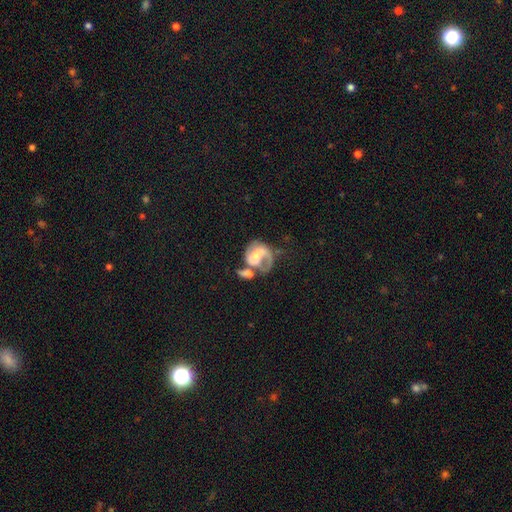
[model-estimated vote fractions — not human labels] smooth_or_featured: featured or disk (p=0.79) [alt: smooth p=0.15]
disk_edge_on: no (p=0.98) [alt: yes p=0.02]
bar: no (p=0.43) [alt: weak p=0.42]
has_spiral_arms: yes (p=0.91) [alt: no p=0.09]
spiral_winding: medium (p=0.49) [alt: loose p=0.27]
spiral_arm_count: 2 (p=0.63) [alt: 1 p=0.26]
bulge_size: moderate (p=0.57) [alt: small p=0.29]
merging: merger (p=0.39) [alt: none p=0.27]